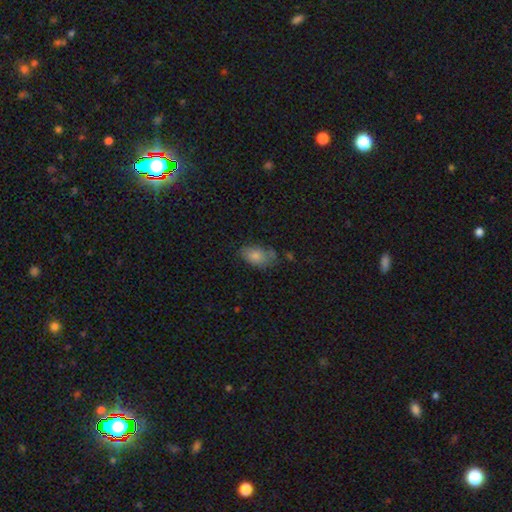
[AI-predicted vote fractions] Morphology: type=smooth (74%); roundness=in between (88%); merging=none (64%).